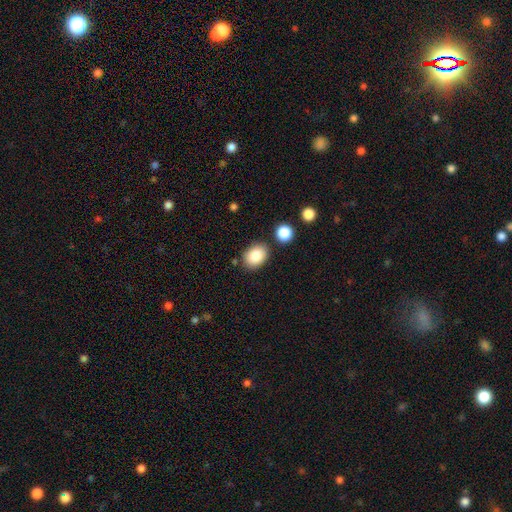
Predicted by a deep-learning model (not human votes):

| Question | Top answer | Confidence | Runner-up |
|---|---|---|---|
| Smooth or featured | smooth | 85% | star or artifact (8%) |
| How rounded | in between | 70% | round (29%) |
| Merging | none | 82% | minor disturbance (10%) |